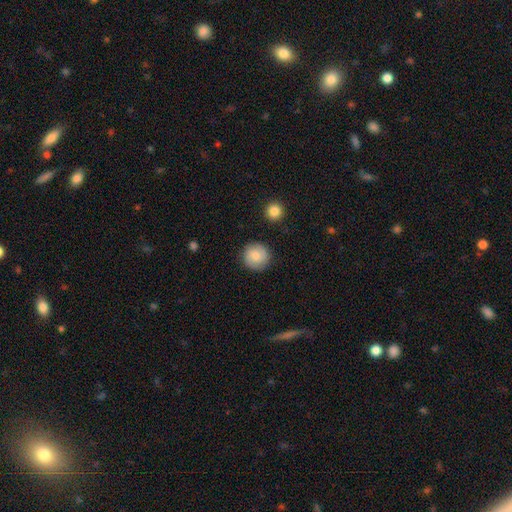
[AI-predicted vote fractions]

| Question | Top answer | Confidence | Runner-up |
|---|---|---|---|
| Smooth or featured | smooth | 72% | featured or disk (20%) |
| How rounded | round | 93% | in between (6%) |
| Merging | none | 88% | minor disturbance (8%) |